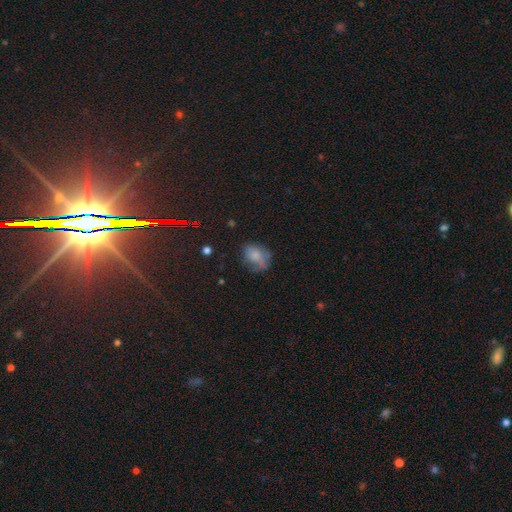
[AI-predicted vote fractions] Smooth or featured? Predicted: smooth (p=0.67). How rounded? Predicted: in between (p=0.65). Merging? Predicted: none (p=0.45).